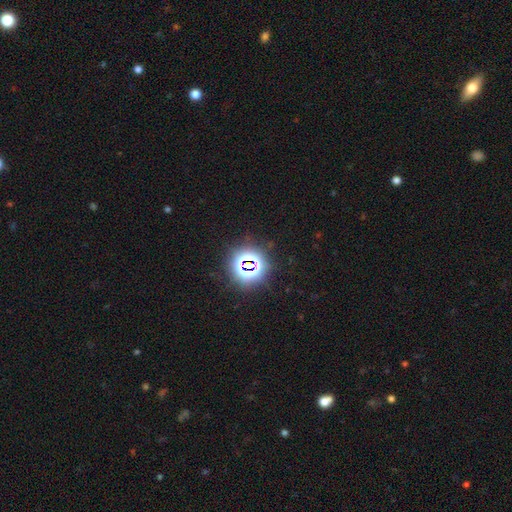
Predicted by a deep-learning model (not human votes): star or artifact 81%, smooth 12%, featured or disk 6%.